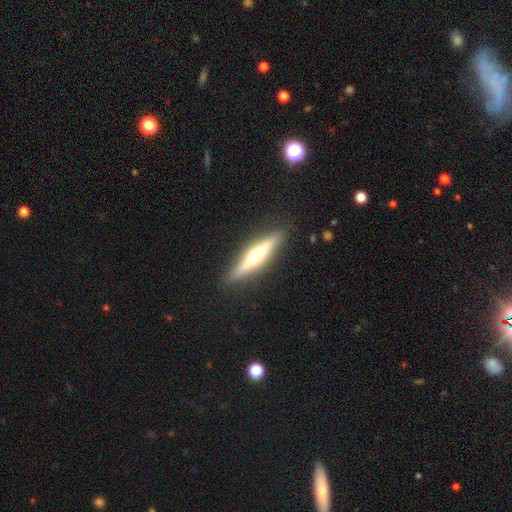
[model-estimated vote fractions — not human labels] This is likely a featured or disk galaxy (61%). It is clearly viewed edge-on (95%). Edge-on bulge: likely rounded (74%). Merging: clearly none (89%).